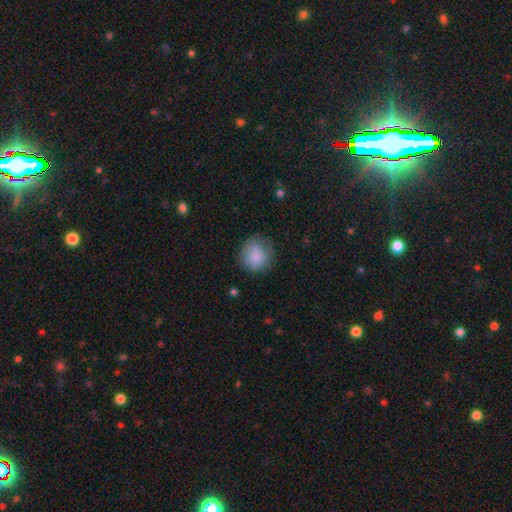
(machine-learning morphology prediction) smooth 83%, featured or disk 9%, star or artifact 7%. Down the decision tree: how rounded — round (84%); merging — none (69%).